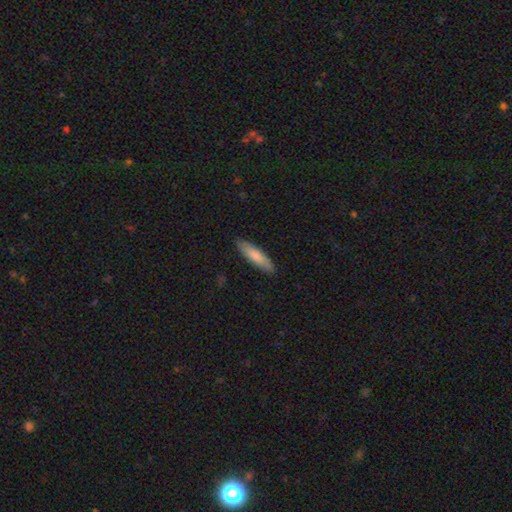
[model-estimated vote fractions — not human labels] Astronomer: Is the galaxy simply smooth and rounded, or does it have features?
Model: smooth — 81%.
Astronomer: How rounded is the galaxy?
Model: cigar-shaped — 74%.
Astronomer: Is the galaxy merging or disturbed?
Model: none — 89%.